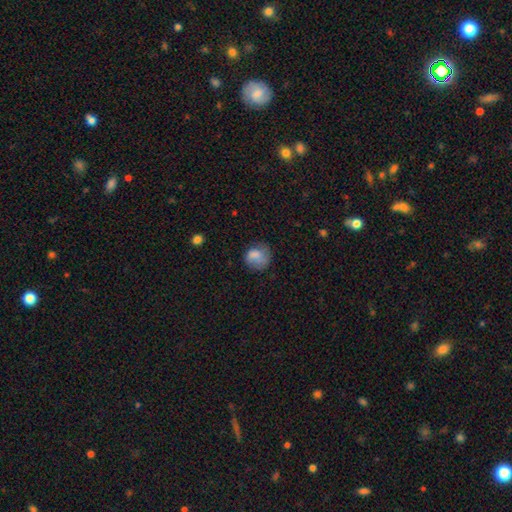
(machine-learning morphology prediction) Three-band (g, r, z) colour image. It shows a smooth galaxy with no disk features (76%) that is round (75%). Merging: none (54%).